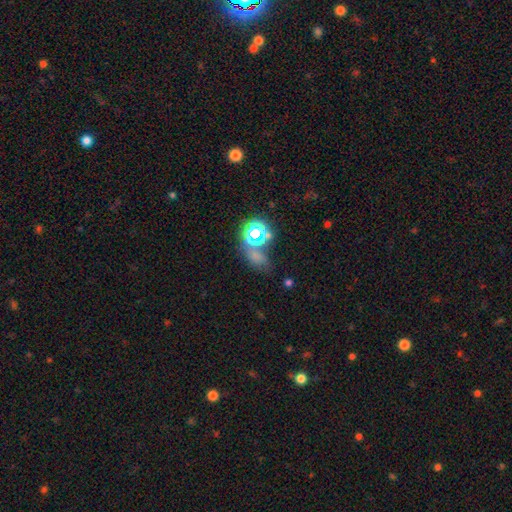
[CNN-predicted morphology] A smooth galaxy with no disk features (47%).

Vote fractions:
- Smooth or featured? smooth: 47% / star or artifact: 44% / featured or disk: 9%
- Merging? none: 55% / minor disturbance: 17% / merger: 16% / major disturbance: 13%